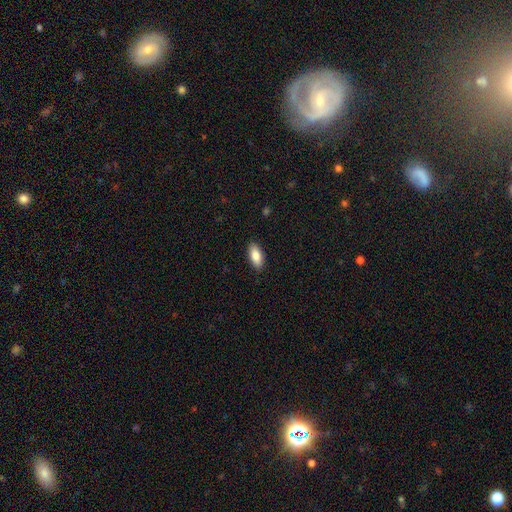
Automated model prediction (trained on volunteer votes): Smooth or featured: smooth — 84% (featured or disk — 9%)
How rounded: in between — 88% (cigar-shaped — 10%)
Merging: none — 89% (minor disturbance — 8%)